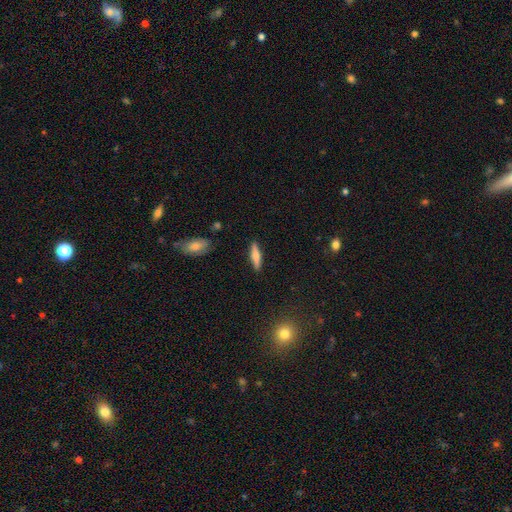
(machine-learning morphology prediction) smooth 60%, featured or disk 33%, star or artifact 7%. Down the decision tree: how rounded — cigar-shaped (79%); merging — none (88%).